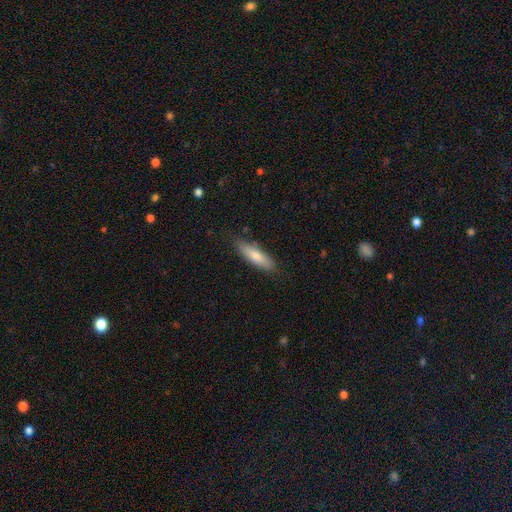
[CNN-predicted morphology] type=smooth (76%); roundness=cigar-shaped (62%); merging=none (82%).